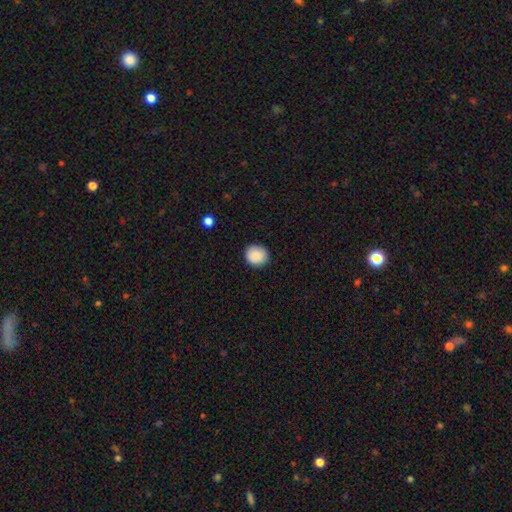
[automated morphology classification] Smooth or featured? smooth (88%)
How rounded? round (86%)
Merging? none (89%)